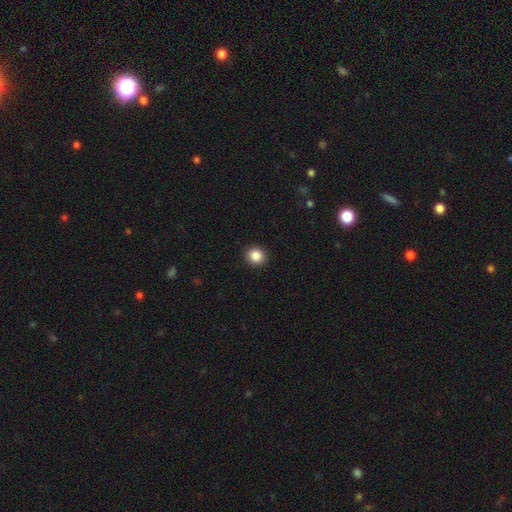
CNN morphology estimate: A smooth galaxy with no disk features (87%) that is round (86%). Merging: none (92%).